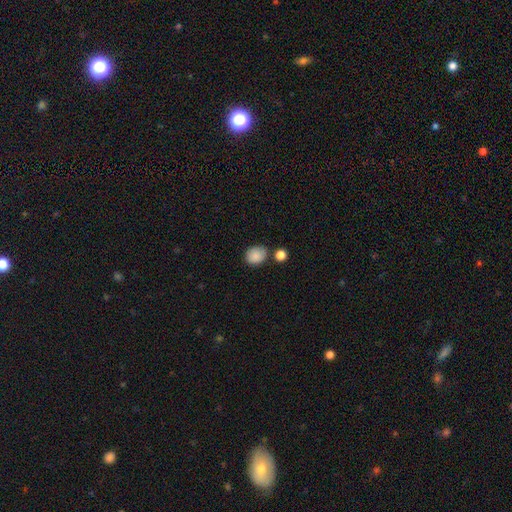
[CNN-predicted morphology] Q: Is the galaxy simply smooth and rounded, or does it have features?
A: smooth — 87%.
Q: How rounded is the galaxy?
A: round — 58%.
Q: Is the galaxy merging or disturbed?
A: none — 72%.